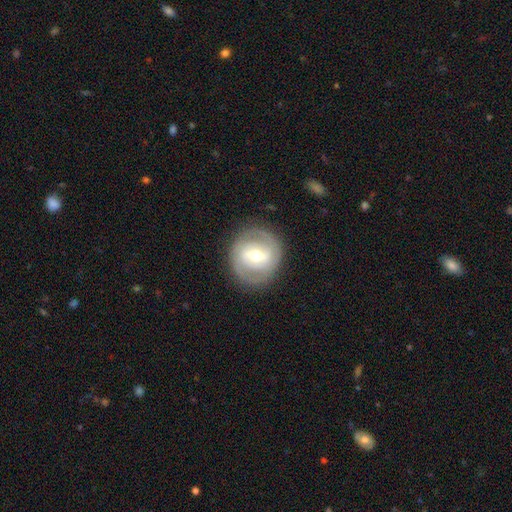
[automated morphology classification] Smooth or featured? Predicted: featured or disk (p=0.71). Edge-on disk? Predicted: no (p=0.97). Bar? Predicted: weak (p=0.45). Spiral arms? Predicted: yes (p=0.74). Spiral winding? Predicted: tight (p=0.57). Spiral arm count? Predicted: 2 (p=0.70). Bulge size? Predicted: moderate (p=0.68). Merging? Predicted: none (p=0.84).